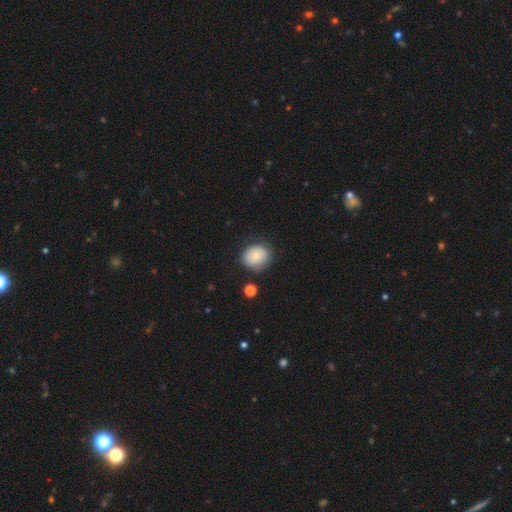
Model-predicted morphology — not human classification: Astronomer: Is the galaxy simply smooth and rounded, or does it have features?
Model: smooth — 75%.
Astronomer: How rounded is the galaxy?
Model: round — 67%.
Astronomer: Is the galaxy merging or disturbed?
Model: none — 75%.